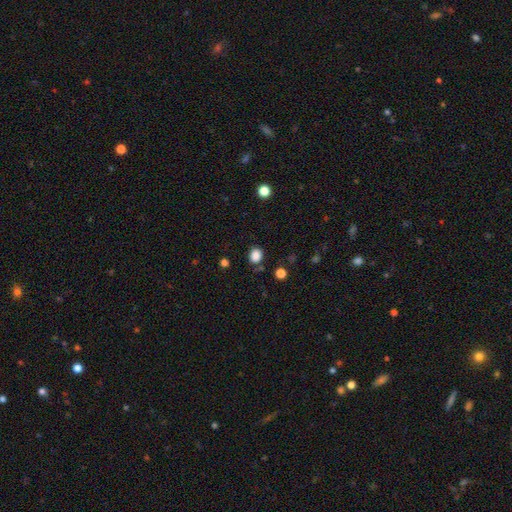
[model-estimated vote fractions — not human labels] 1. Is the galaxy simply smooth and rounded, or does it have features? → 85% smooth, 11% star or artifact, 3% featured or disk.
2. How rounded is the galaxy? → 61% round, 38% in between, 1% cigar-shaped.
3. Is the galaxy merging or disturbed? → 80% none, 13% minor disturbance, 4% major disturbance, 3% merger.